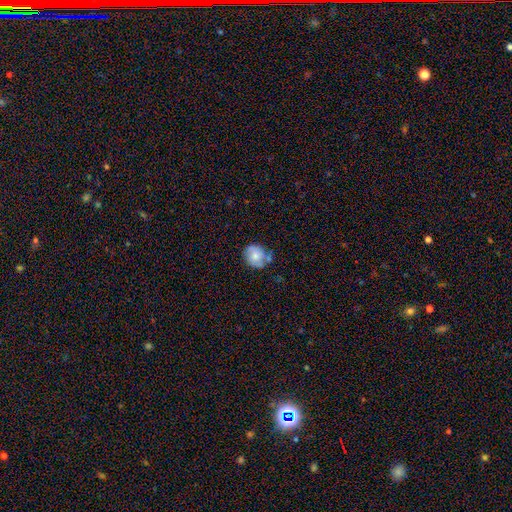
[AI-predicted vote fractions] Overall: smooth (58%; featured or disk 34%). How rounded: round (75%). Merging: none (58%; minor disturbance 24%).